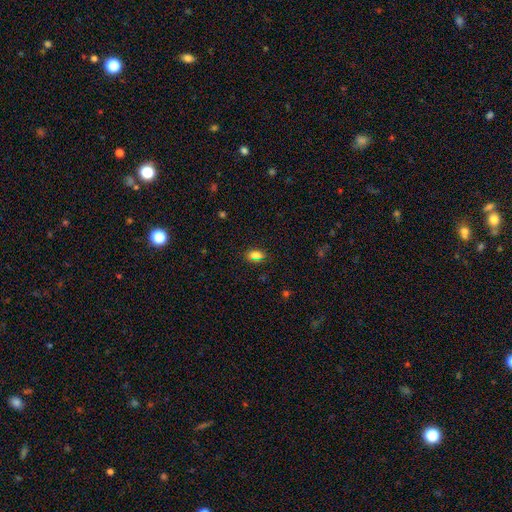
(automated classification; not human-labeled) This is likely a smooth galaxy (76%). How rounded: likely in between (79%). Merging: clearly none (86%).